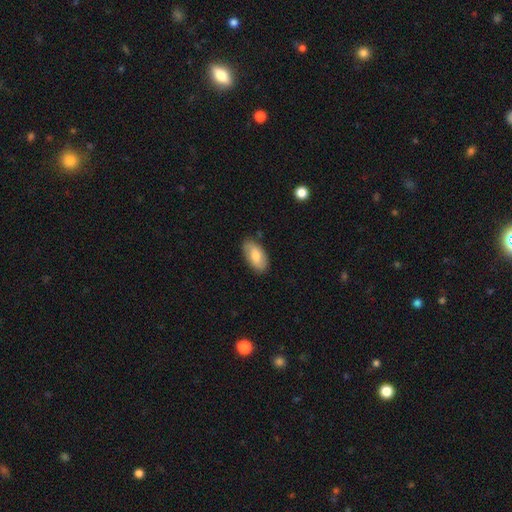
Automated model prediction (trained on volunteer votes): A smooth galaxy with no disk features (69%) that is in between round and cigar-shaped (94%).

Vote fractions:
- Smooth or featured? smooth: 69% / featured or disk: 25% / star or artifact: 6%
- How rounded? in between: 94% / cigar-shaped: 3% / round: 3%
- Merging? none: 83% / minor disturbance: 13% / major disturbance: 2% / merger: 1%